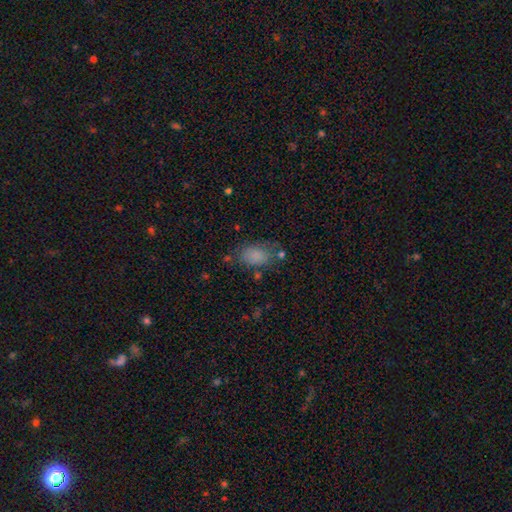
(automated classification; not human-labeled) Smooth or featured? Predicted: smooth (p=0.81). How rounded? Predicted: in between (p=0.87). Merging? Predicted: none (p=0.61).